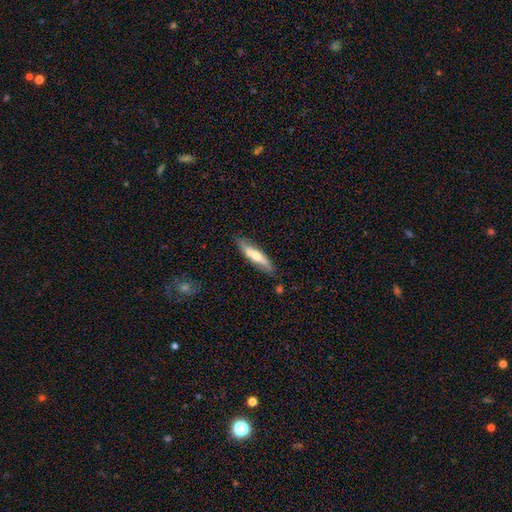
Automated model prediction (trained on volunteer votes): The model was most divided on "smooth or featured": smooth: 51%, featured or disk: 44%, star or artifact: 6%. More confident: how rounded — cigar-shaped (74%); merging — none (73%).